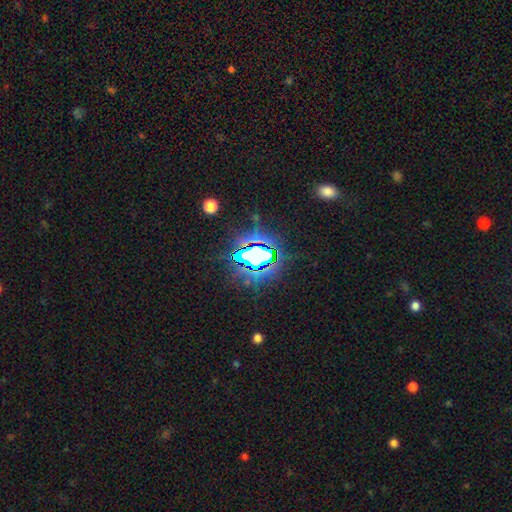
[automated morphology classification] Overall: star or artifact (75%).